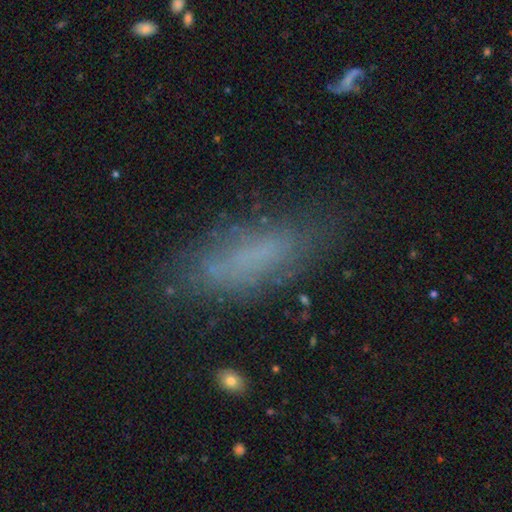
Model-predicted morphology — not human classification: Smooth or featured? smooth (59%)
How rounded? in between (58%)
Merging? none (67%)